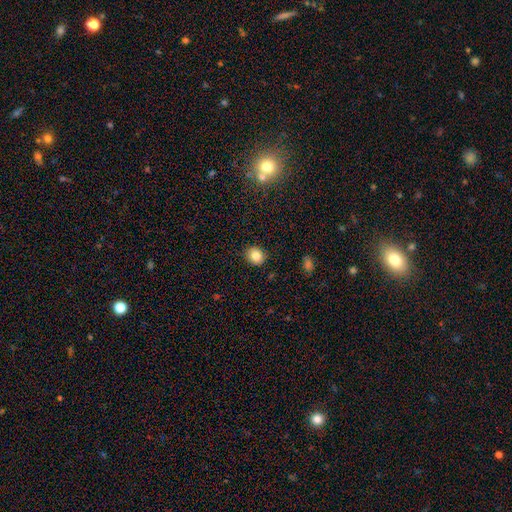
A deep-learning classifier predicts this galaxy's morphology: Overall: smooth (82%). How rounded: round (79%). Merging: none (89%).